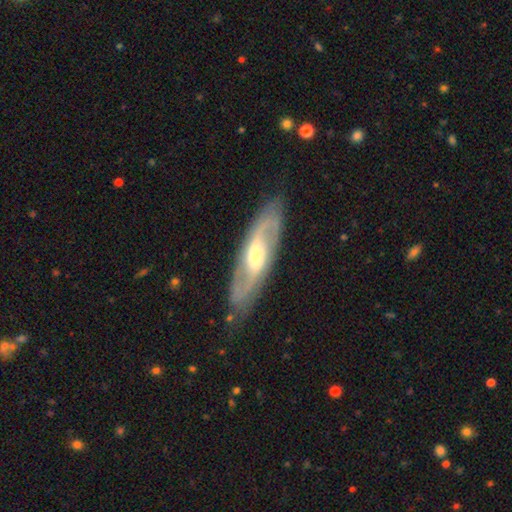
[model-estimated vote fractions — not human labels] Morphology: type=featured or disk (82%); edge-on=no (86%); bar=weak (48%); spiral arms=yes (92%); winding=medium (47%); arm count=2 (88%); bulge=moderate (61%); merging=none (83%).